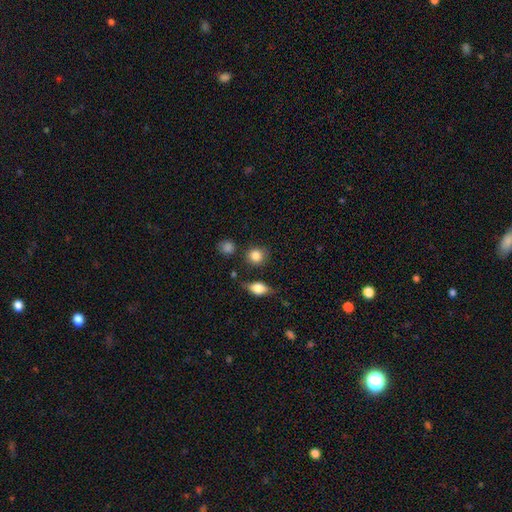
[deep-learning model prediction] Smooth or featured: smooth — 84% (star or artifact — 10%)
How rounded: round — 82% (in between — 16%)
Merging: none — 79% (minor disturbance — 12%)